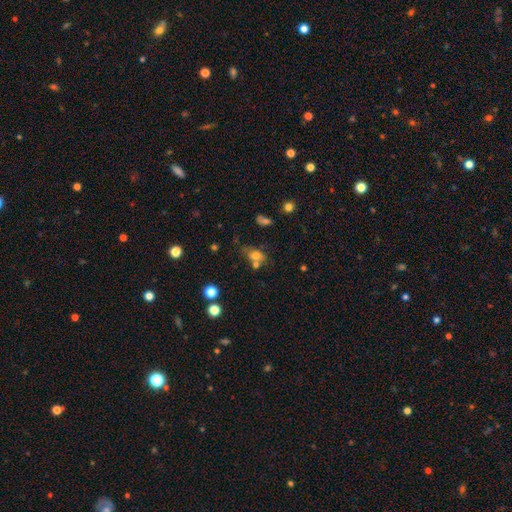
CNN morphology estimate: smooth 68%, featured or disk 17%, star or artifact 14%. Down the decision tree: how rounded — in between (69%); merging — none (41%).